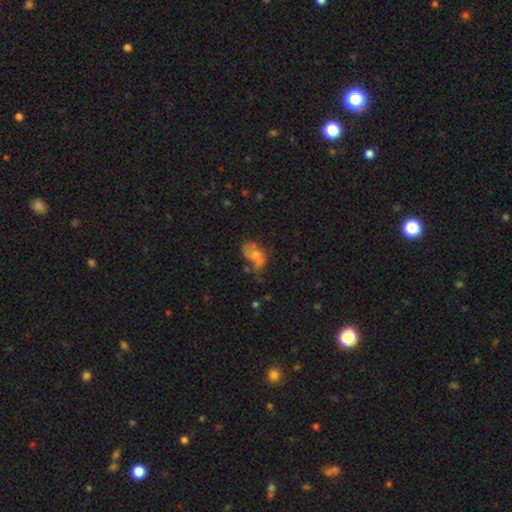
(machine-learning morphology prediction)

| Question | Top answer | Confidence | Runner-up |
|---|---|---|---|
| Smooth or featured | smooth | 48% | featured or disk (38%) |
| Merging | major disturbance | 28% | merger (27%) |